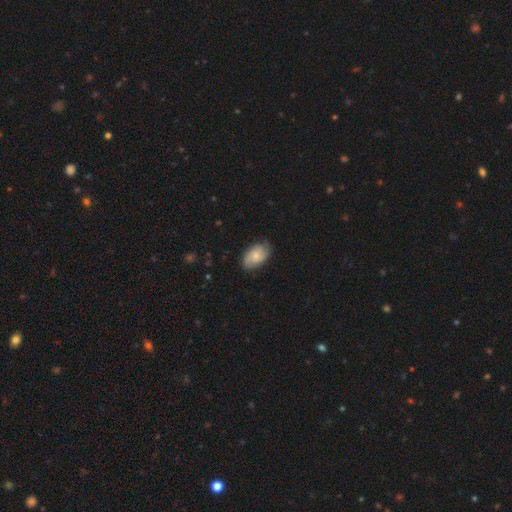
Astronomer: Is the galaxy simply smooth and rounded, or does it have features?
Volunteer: smooth — 58% (runner-up: featured or disk, 42%).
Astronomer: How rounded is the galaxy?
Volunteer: in between — 100%.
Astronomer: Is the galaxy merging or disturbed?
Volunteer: none — 67%.